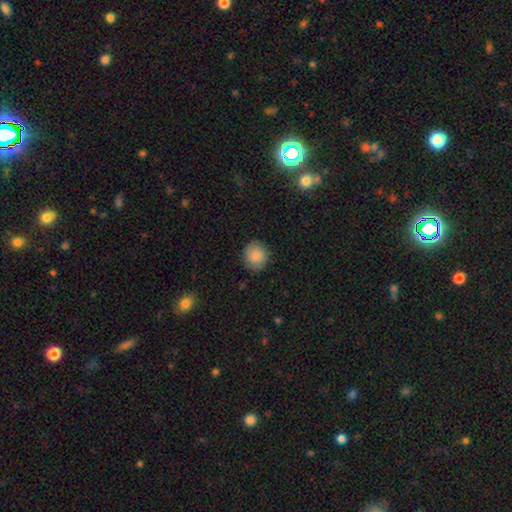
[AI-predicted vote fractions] Morphology: type=smooth (85%); roundness=round (80%); merging=none (84%).